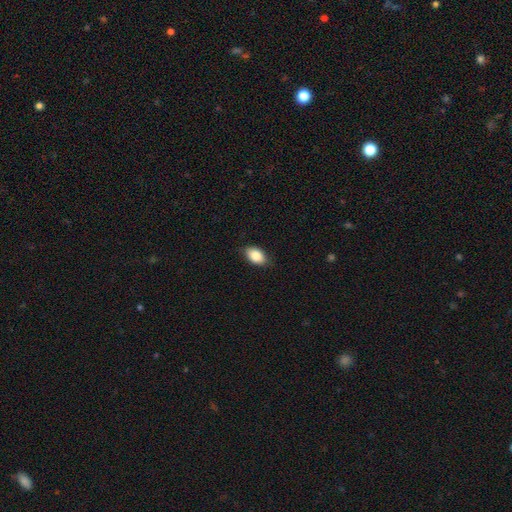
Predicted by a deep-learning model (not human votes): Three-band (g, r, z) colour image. It shows a smooth galaxy with no disk features (86%) that is in between round and cigar-shaped (89%). Merging: none (84%).